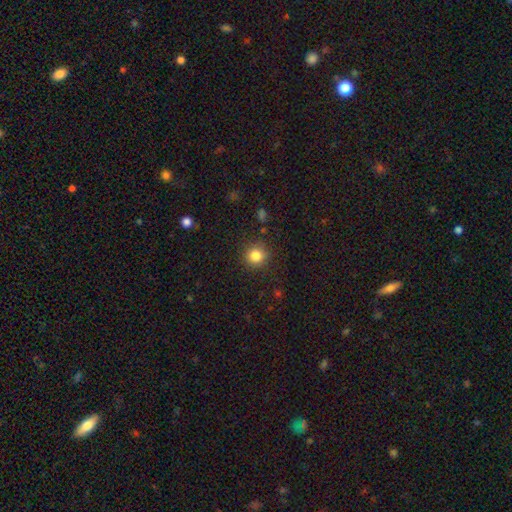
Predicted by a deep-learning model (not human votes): The model was most divided on "smooth or featured": smooth: 83%, star or artifact: 12%, featured or disk: 5%. More confident: how rounded — round (93%); merging — none (88%).